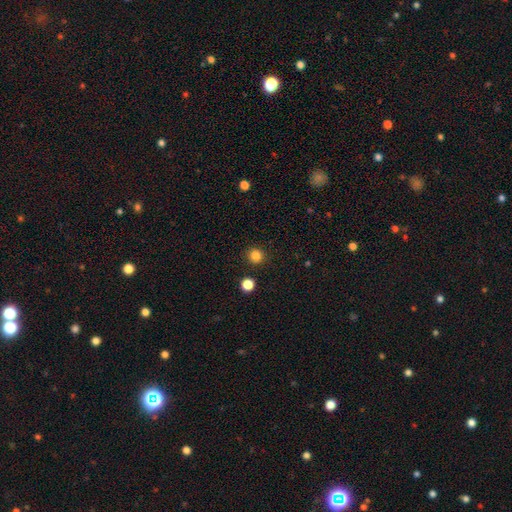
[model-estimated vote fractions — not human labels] Overall: smooth (84%). How rounded: round (93%). Merging: none (91%).